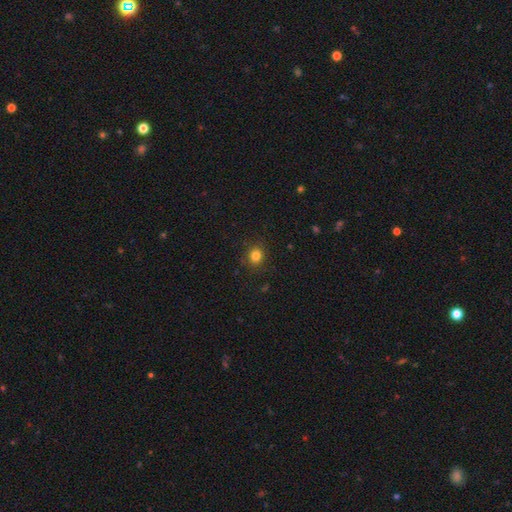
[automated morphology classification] A smooth galaxy with no disk features (82%) that is round (81%). Merging: none (88%).